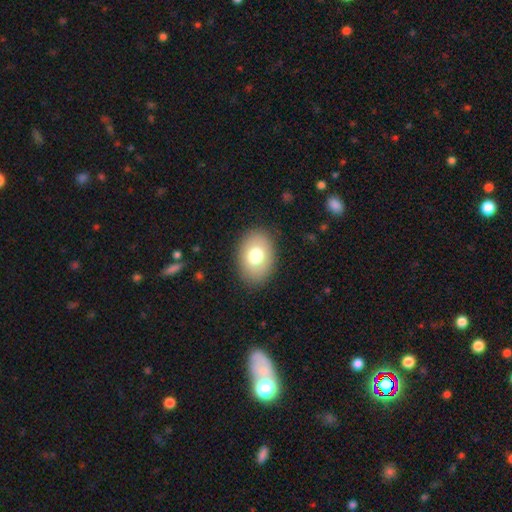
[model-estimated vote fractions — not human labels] Morphology: type=smooth (75%); roundness=in between (76%); merging=none (87%).